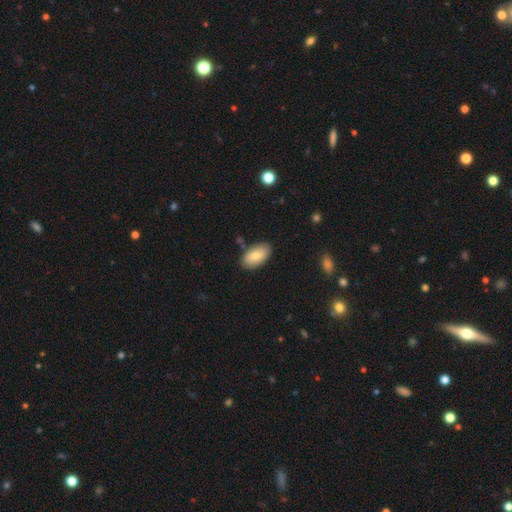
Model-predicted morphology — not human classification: Smooth or featured? smooth (77%)
How rounded? in between (94%)
Merging? none (84%)